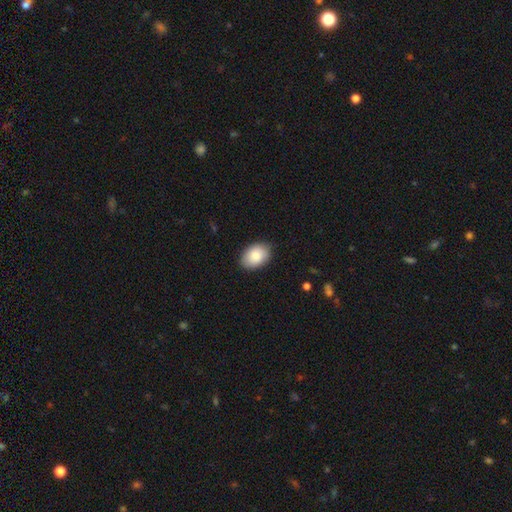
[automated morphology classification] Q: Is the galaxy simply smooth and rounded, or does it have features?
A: smooth — 86%.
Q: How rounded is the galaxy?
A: in between — 85%.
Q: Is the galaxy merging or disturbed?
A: none — 85%.